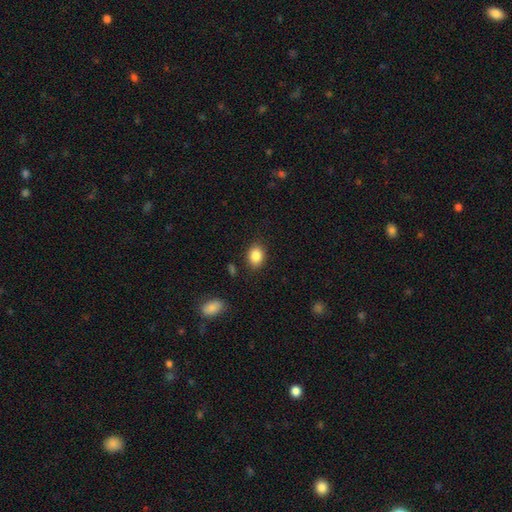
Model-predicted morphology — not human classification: Q: Smooth or featured?
A: smooth (86%); runner-up: star or artifact (9%)
Q: How rounded?
A: in between (65%); runner-up: round (34%)
Q: Merging?
A: none (85%); runner-up: minor disturbance (10%)